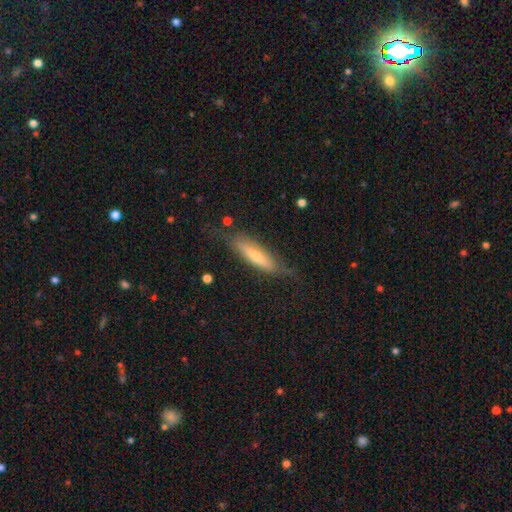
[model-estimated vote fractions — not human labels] Q: Smooth or featured?
A: smooth (47%); runner-up: featured or disk (46%)
Q: Merging?
A: none (69%); runner-up: minor disturbance (21%)